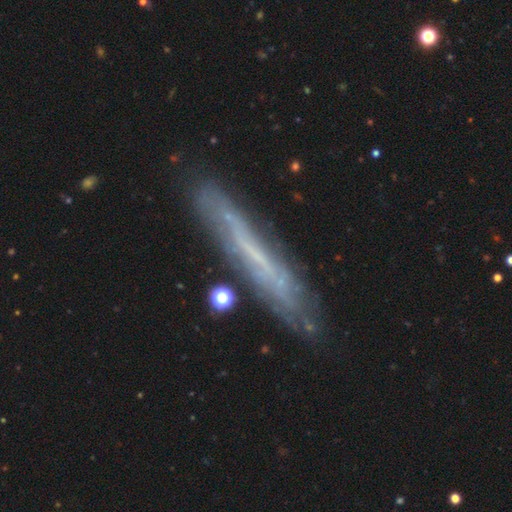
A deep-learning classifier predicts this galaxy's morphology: Overall: featured or disk (59%; smooth 32%). Edge-on disk: yes (75%). Merging: none (76%).